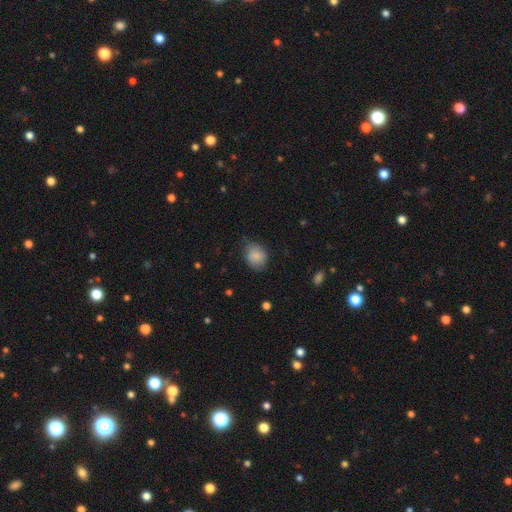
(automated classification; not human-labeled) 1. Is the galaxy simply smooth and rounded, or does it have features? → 86% smooth, 8% star or artifact, 7% featured or disk.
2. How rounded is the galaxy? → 52% round, 47% in between, 1% cigar-shaped.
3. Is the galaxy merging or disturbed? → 62% none, 30% minor disturbance, 6% major disturbance, 1% merger.